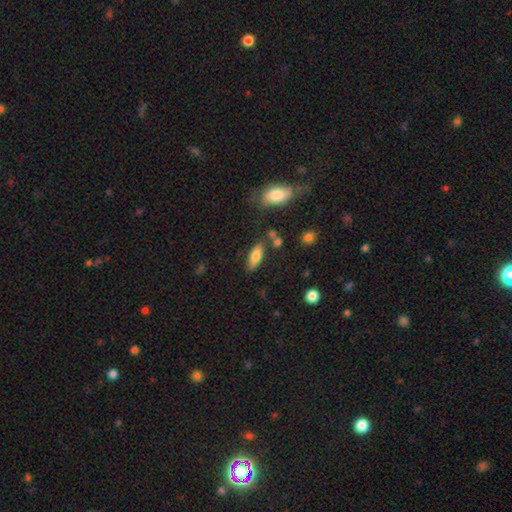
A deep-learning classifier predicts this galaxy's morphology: A smooth galaxy with no disk features (73%) that is in between round and cigar-shaped (67%).

Vote fractions:
- Smooth or featured? smooth: 73% / featured or disk: 20% / star or artifact: 8%
- How rounded? in between: 67% / cigar-shaped: 30% / round: 3%
- Merging? none: 74% / minor disturbance: 15% / merger: 7% / major disturbance: 4%